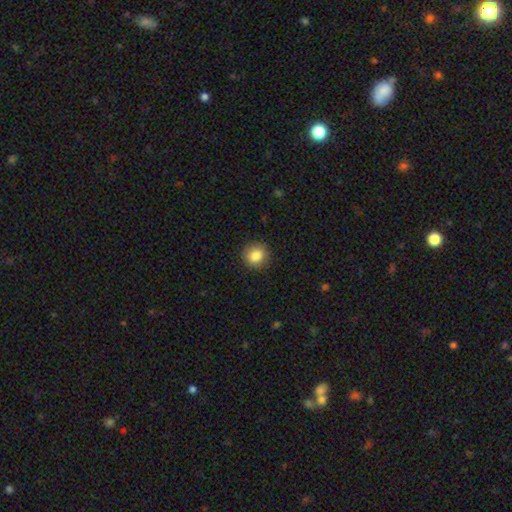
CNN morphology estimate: smooth 84%, star or artifact 10%, featured or disk 6%. Down the decision tree: how rounded — round (90%); merging — none (91%).